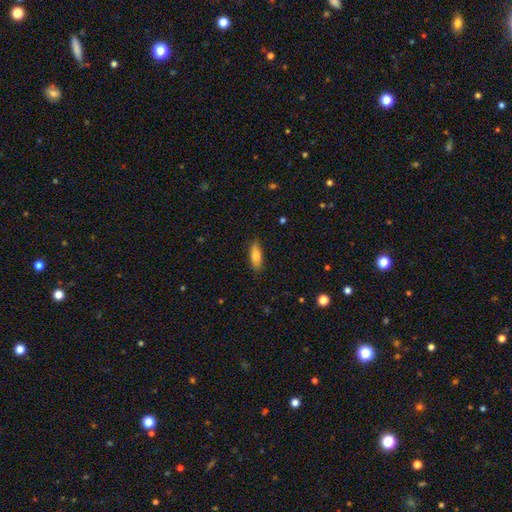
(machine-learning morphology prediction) Smooth or featured? Predicted: smooth (p=0.83). How rounded? Predicted: in between (p=0.65). Merging? Predicted: none (p=0.83).